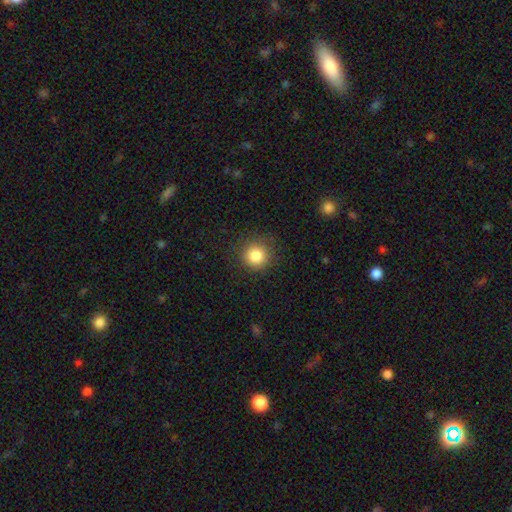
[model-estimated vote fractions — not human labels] smooth_or_featured: smooth (p=0.84) [alt: star or artifact p=0.11]
how_rounded: round (p=0.93) [alt: in between p=0.06]
merging: none (p=0.86) [alt: minor disturbance p=0.09]